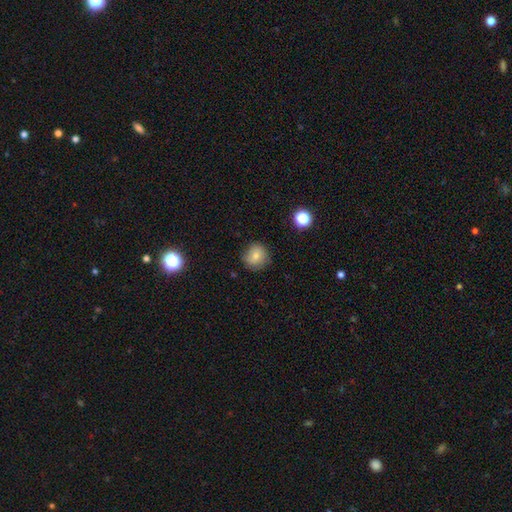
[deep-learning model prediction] Morphology: type=smooth (77%); roundness=round (89%); merging=none (80%).